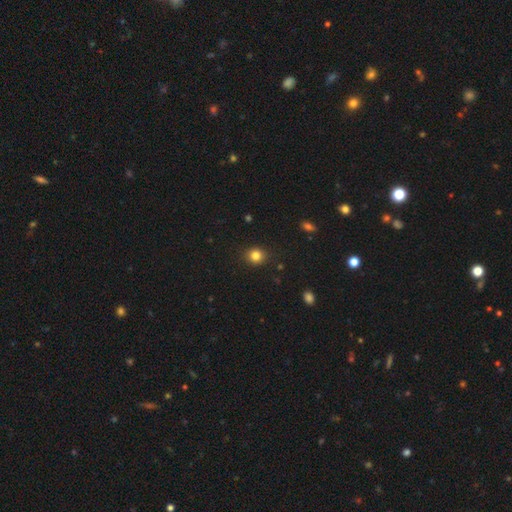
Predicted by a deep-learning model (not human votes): Smooth or featured: smooth — 82% (star or artifact — 12%)
How rounded: round — 82% (in between — 17%)
Merging: none — 89% (minor disturbance — 8%)